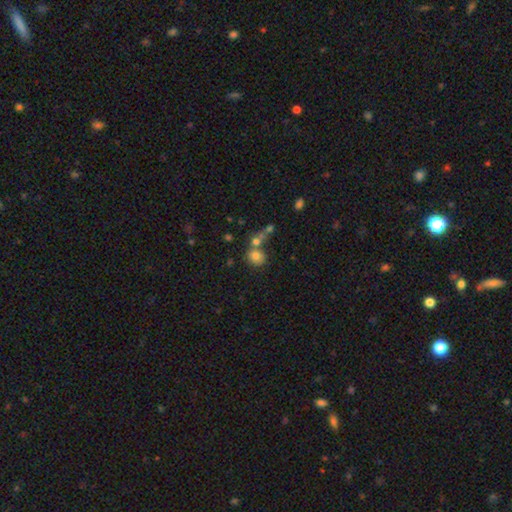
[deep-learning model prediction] Smooth or featured: smooth — 74% (star or artifact — 14%)
How rounded: round — 76% (in between — 23%)
Merging: none — 49% (merger — 34%)